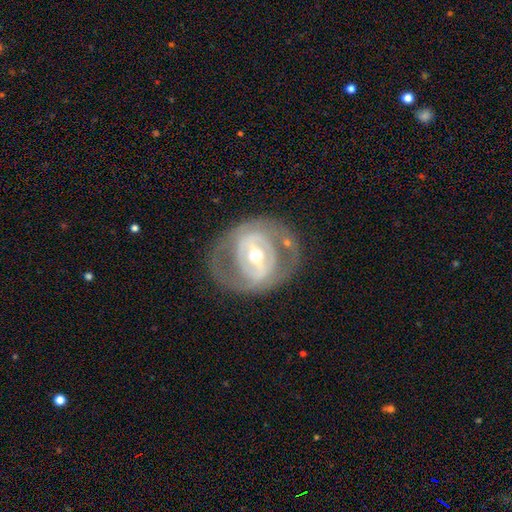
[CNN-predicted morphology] A featured or disk galaxy (76%) with a strong bar (39%), no spiral arms (53%) and a moderate central bulge (64%).

Vote fractions:
- Smooth or featured? featured or disk: 76% / smooth: 18% / star or artifact: 6%
- Edge-on disk? no: 95% / yes: 5%
- Bar? strong: 39% / weak: 35% / no: 26%
- Spiral arms? no: 53% / yes: 47%
- Bulge size? moderate: 64% / small: 29% / large: 6% / dominant: 1% / none: 1%
- Merging? none: 70% / minor disturbance: 15% / major disturbance: 13% / merger: 2%